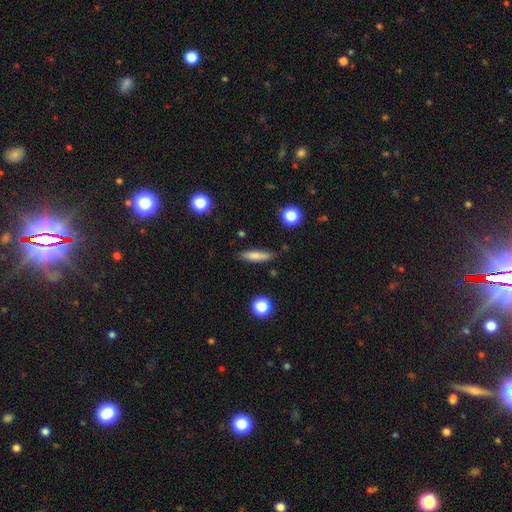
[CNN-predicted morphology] This appears to be a smooth galaxy with no disk features (77%) that is cigar-shaped (70%). Merging: none (81%).